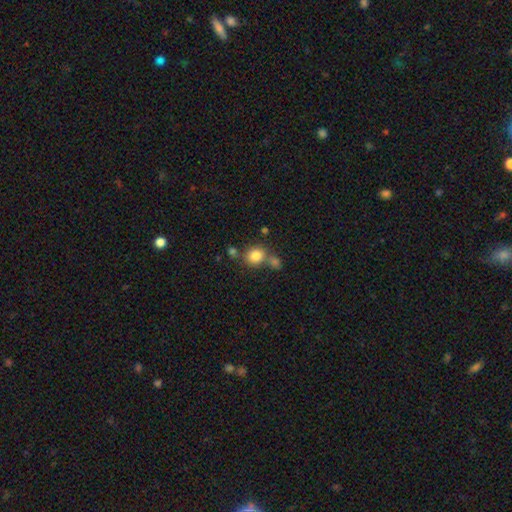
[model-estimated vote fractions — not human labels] Q: Smooth or featured?
A: smooth (82%); runner-up: star or artifact (10%)
Q: How rounded?
A: round (76%); runner-up: in between (23%)
Q: Merging?
A: none (58%); runner-up: merger (26%)